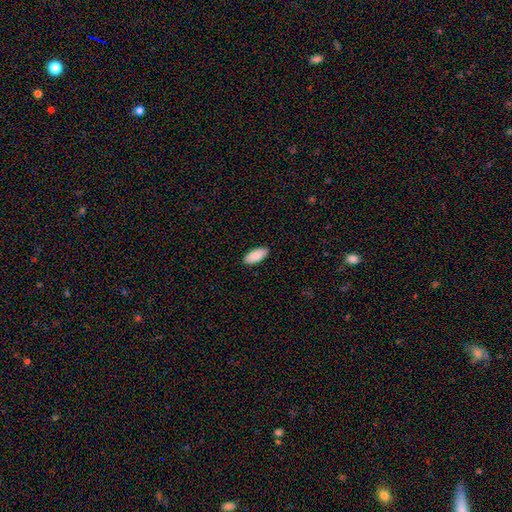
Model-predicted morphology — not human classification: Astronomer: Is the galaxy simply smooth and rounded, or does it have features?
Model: smooth — 90%.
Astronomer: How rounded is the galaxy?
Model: in between — 90%.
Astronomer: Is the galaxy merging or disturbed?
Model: none — 89%.